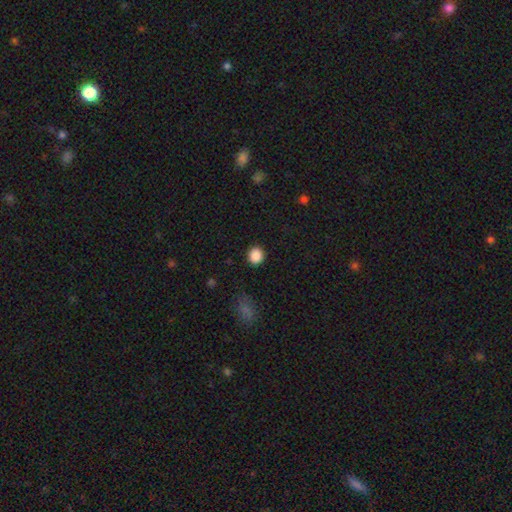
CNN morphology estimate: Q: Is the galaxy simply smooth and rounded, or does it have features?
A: smooth — 88%.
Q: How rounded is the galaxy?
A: round — 88%.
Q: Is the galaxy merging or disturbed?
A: none — 90%.